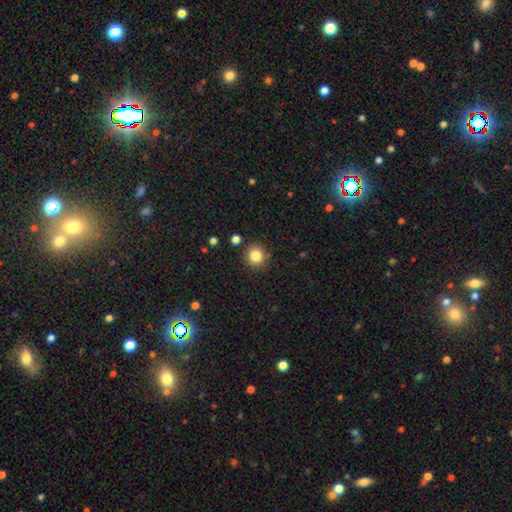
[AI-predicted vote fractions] This is clearly a smooth galaxy (84%). How rounded: clearly round (86%). Merging: clearly none (87%).